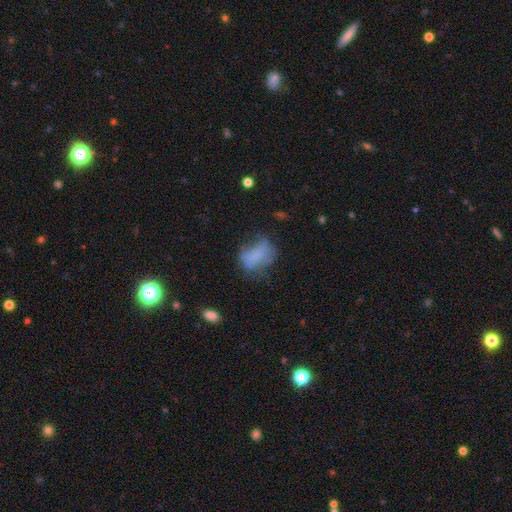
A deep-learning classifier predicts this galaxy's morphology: Overall: smooth (58%; featured or disk 28%). How rounded: in between (77%). Merging: none (37%; major disturbance 30%).